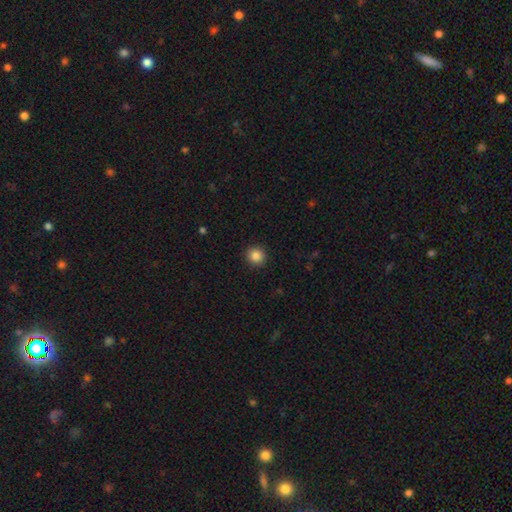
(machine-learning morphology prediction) Smooth or featured? Predicted: smooth (p=0.86). How rounded? Predicted: round (p=0.93). Merging? Predicted: none (p=0.92).